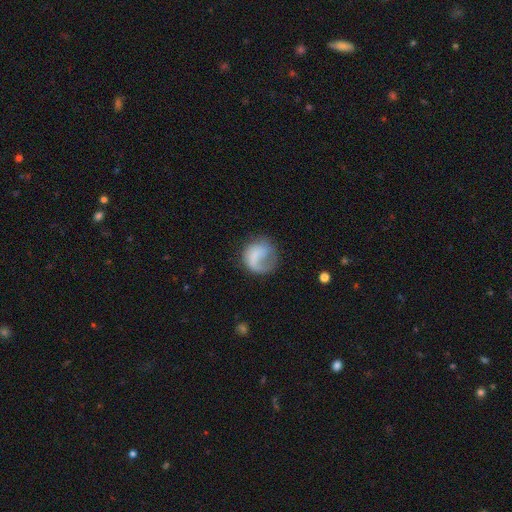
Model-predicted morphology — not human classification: smooth_or_featured: smooth (p=0.52) [alt: featured or disk p=0.41]
how_rounded: round (p=0.79) [alt: in between p=0.20]
merging: none (p=0.43) [alt: major disturbance p=0.34]